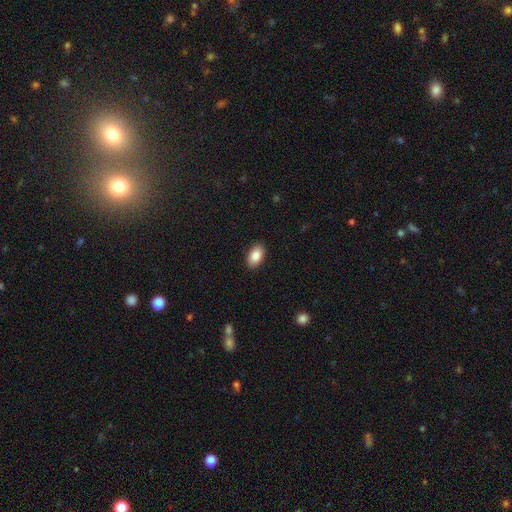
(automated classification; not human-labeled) Smooth or featured: smooth — 87% (star or artifact — 7%)
How rounded: in between — 93% (round — 6%)
Merging: none — 90% (minor disturbance — 7%)